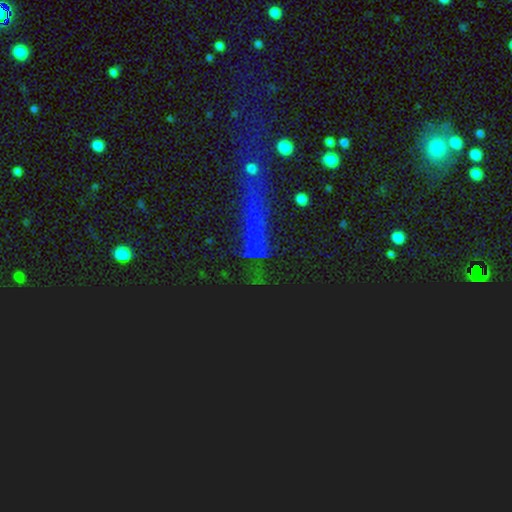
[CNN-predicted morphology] The model was most divided on "smooth or featured": star or artifact: 62%, smooth: 25%, featured or disk: 13%.